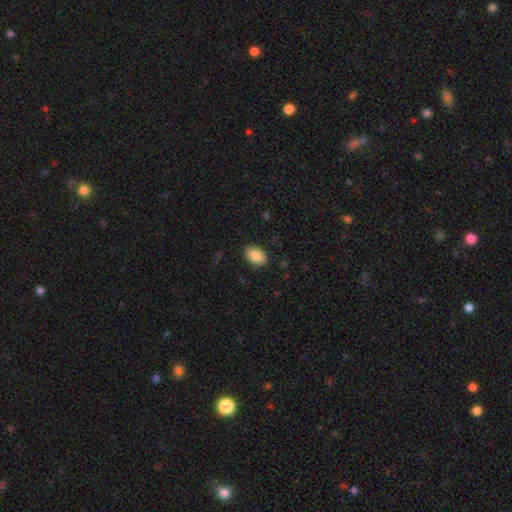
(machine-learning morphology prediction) smooth 87%, star or artifact 7%, featured or disk 6%. Down the decision tree: how rounded — in between (90%); merging — none (88%).